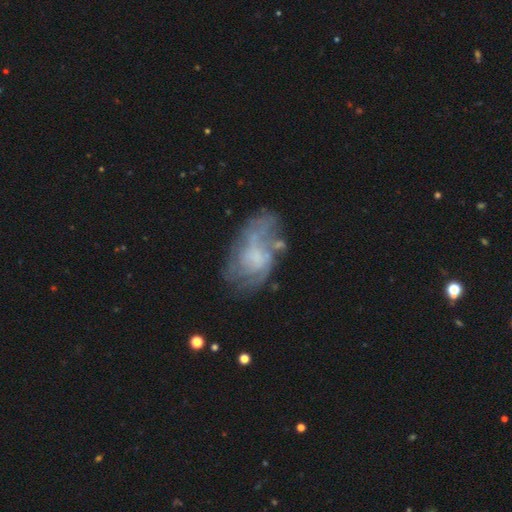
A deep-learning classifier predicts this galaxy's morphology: Overall: featured or disk (65%; smooth 26%). Edge-on disk: no (96%). Bar: no (70%). Spiral arms: yes (62%; no 38%). Bulge size: none (42%; small 29%). Merging: none (49%; minor disturbance 24%).